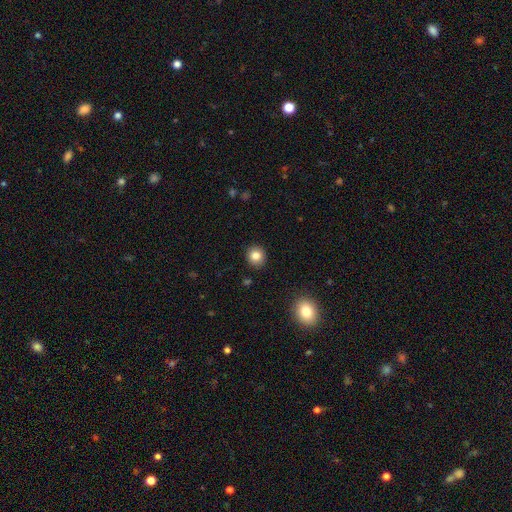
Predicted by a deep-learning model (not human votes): The model was most divided on "smooth or featured": smooth: 83%, star or artifact: 11%, featured or disk: 6%. More confident: merging — none (91%); how rounded — round (89%).